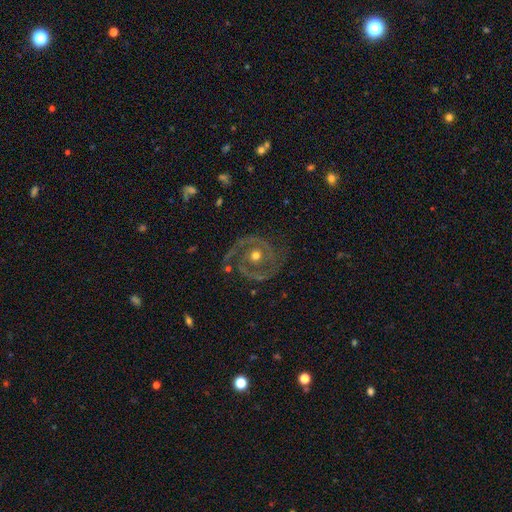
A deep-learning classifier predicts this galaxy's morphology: A featured or disk galaxy (86%) with no bar (77%), 2 (73%) tight (55%) spiral arms (89%) and a moderate central bulge (75%). Merging: none (73%).